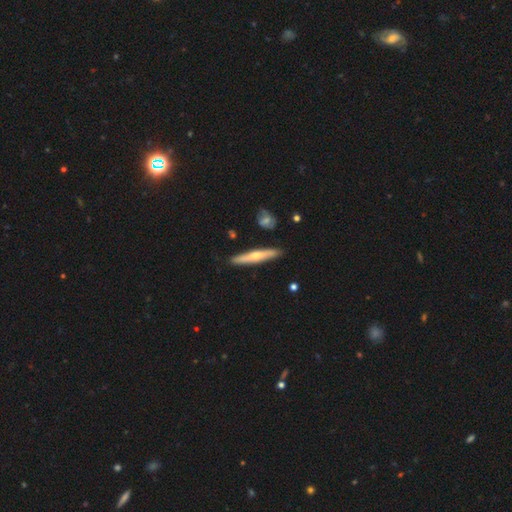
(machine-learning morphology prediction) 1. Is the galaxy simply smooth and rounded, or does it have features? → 52% featured or disk, 42% smooth, 6% star or artifact.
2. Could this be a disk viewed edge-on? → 92% yes, 8% no.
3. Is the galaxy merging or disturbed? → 88% none, 8% minor disturbance, 2% merger, 2% major disturbance.